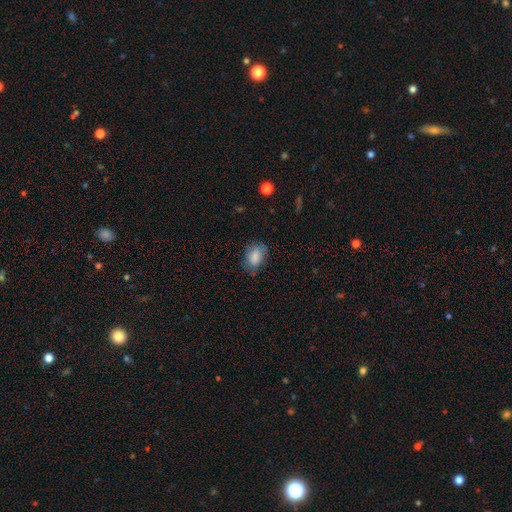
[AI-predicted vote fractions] Smooth or featured?
  - smooth: 84% *
  - featured or disk: 8%
  - star or artifact: 8%
How rounded?
  - in between: 81% *
  - round: 18%
  - cigar-shaped: 1%
Merging?
  - none: 70% *
  - minor disturbance: 22%
  - major disturbance: 7%
  - merger: 1%